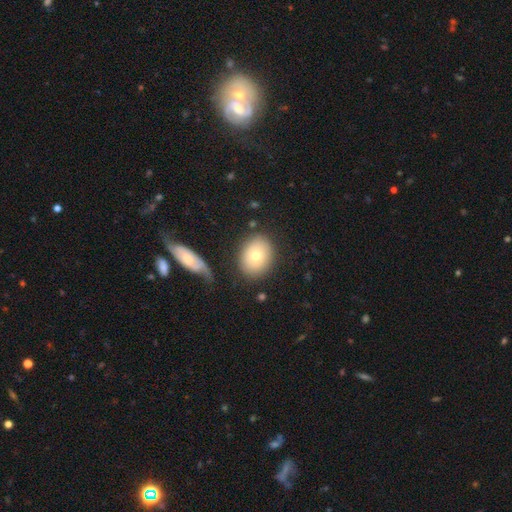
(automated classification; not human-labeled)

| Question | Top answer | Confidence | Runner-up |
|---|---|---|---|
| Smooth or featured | smooth | 71% | featured or disk (21%) |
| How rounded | in between | 52% | round (47%) |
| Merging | none | 79% | minor disturbance (12%) |